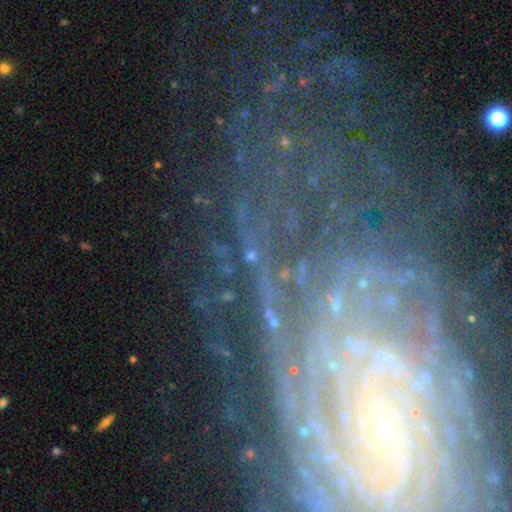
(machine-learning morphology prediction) featured or disk 72%, star or artifact 18%, smooth 10%. Down the decision tree: edge-on disk — no (95%); bar — no (64%); spiral arms — yes (87%); spiral arm count — can't tell (35%); spiral winding — tight (73%); bulge size — small (71%); merging — none (65%).